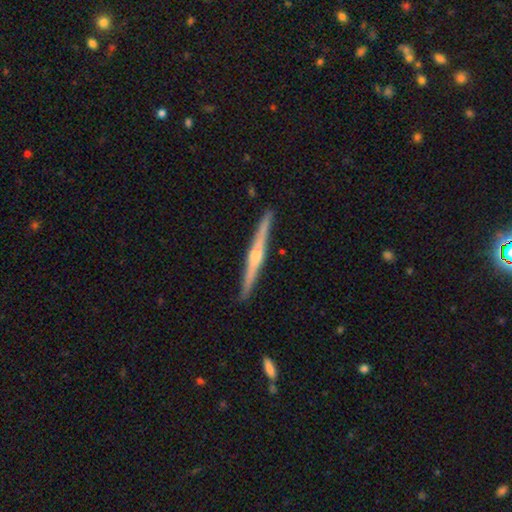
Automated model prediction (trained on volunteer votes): A featured or disk galaxy (78%) viewed edge-on (98%) with a rounded central bulge (81%). Merging: none (91%).